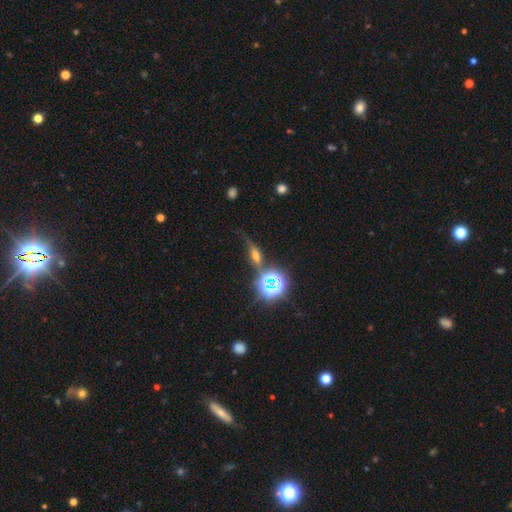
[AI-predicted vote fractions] Overall: smooth (38%; star or artifact 33%). Merging: none (58%; minor disturbance 21%).